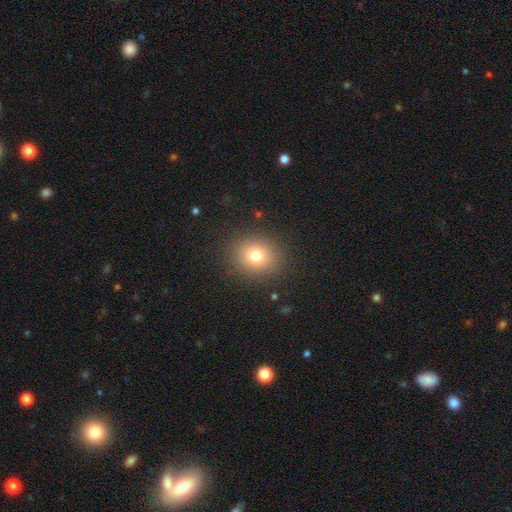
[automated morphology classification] Smooth or featured? Predicted: smooth (p=0.76). How rounded? Predicted: round (p=0.78). Merging? Predicted: none (p=0.88).